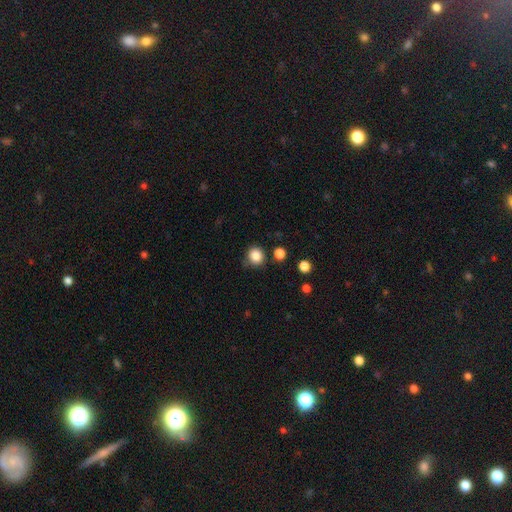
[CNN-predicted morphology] A smooth galaxy with no disk features (85%) that is round (88%). Merging: none (77%).